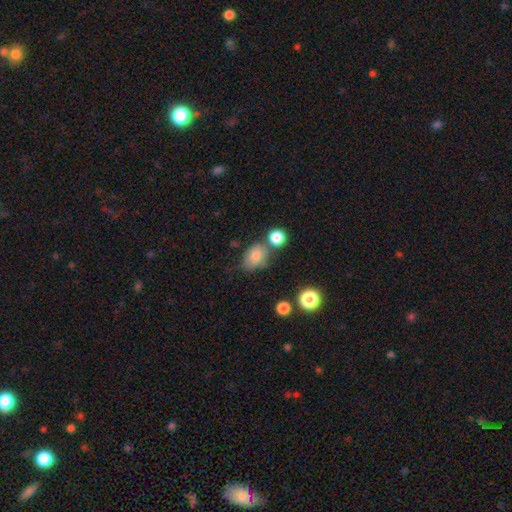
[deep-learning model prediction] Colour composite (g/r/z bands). It shows a smooth galaxy with no disk features (80%) that is in between round and cigar-shaped (72%). Merging: none (60%).